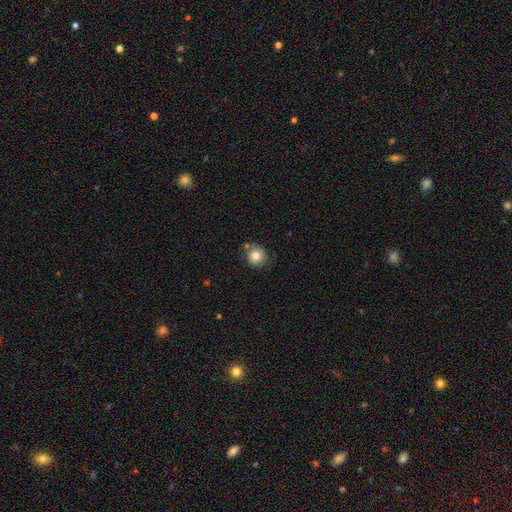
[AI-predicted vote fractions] A smooth galaxy with no disk features (82%) that is round (88%). Merging: none (69%).